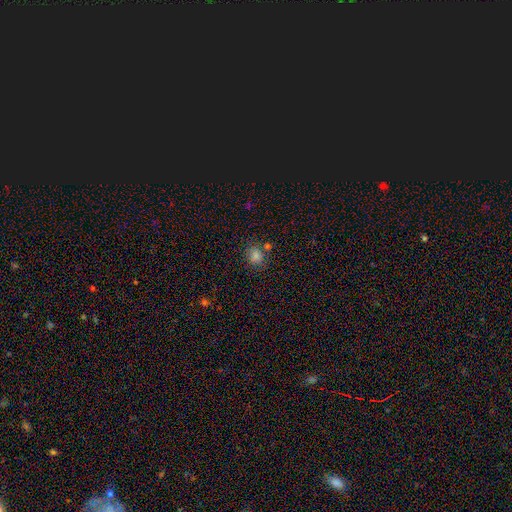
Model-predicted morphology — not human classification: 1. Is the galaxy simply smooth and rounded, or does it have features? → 74% smooth, 20% star or artifact, 6% featured or disk.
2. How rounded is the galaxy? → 74% round, 25% in between, 1% cigar-shaped.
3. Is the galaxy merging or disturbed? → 75% none, 11% merger, 11% minor disturbance, 3% major disturbance.